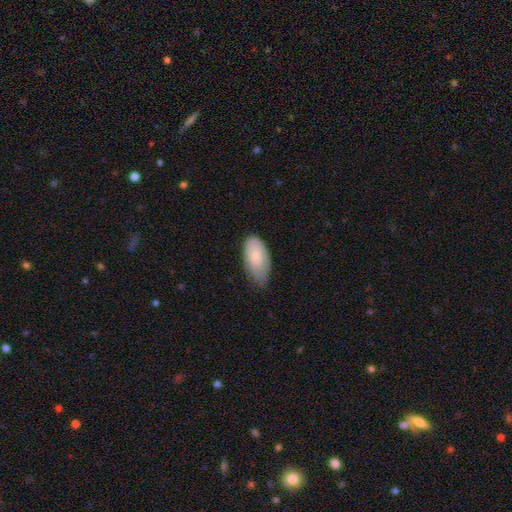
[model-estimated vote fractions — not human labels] Overall: smooth (80%). How rounded: in between (94%). Merging: none (51%; minor disturbance 40%).